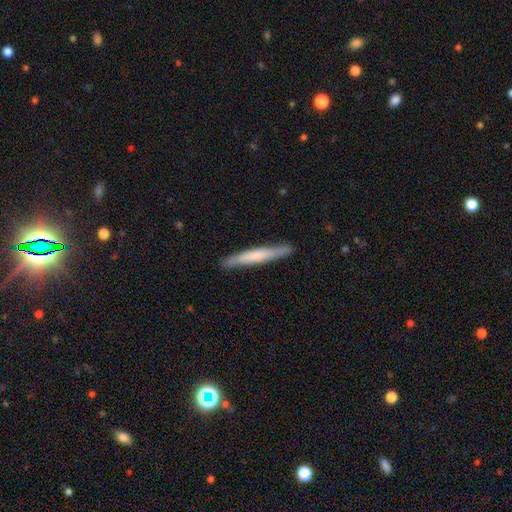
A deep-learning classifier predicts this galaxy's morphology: smooth_or_featured: smooth (p=0.60) [alt: featured or disk p=0.35]
how_rounded: cigar-shaped (p=0.96) [alt: in between p=0.03]
merging: none (p=0.88) [alt: minor disturbance p=0.09]